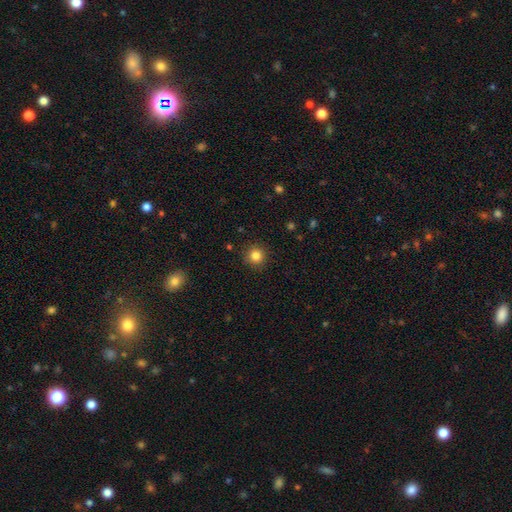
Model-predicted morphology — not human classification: Smooth or featured? smooth (84%)
How rounded? round (94%)
Merging? none (90%)